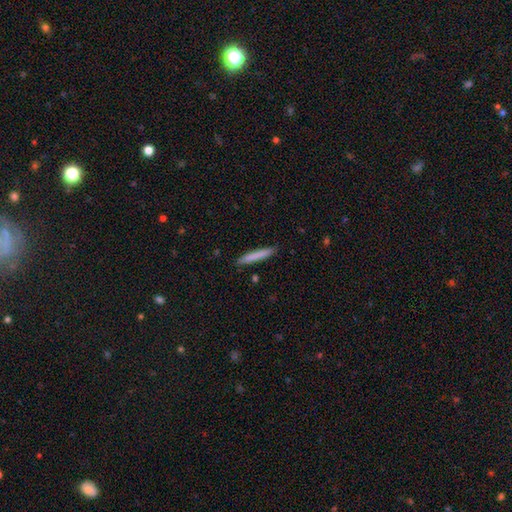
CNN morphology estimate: Smooth or featured? Predicted: smooth (p=0.79). How rounded? Predicted: cigar-shaped (p=0.95). Merging? Predicted: none (p=0.90).